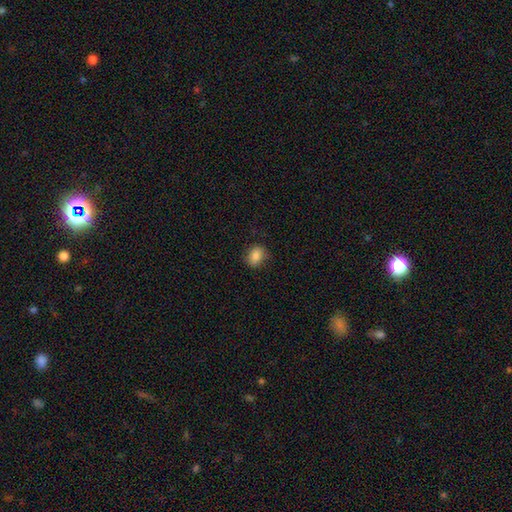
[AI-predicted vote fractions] smooth 85%, star or artifact 10%, featured or disk 6%. Down the decision tree: how rounded — round (50%); merging — none (82%).